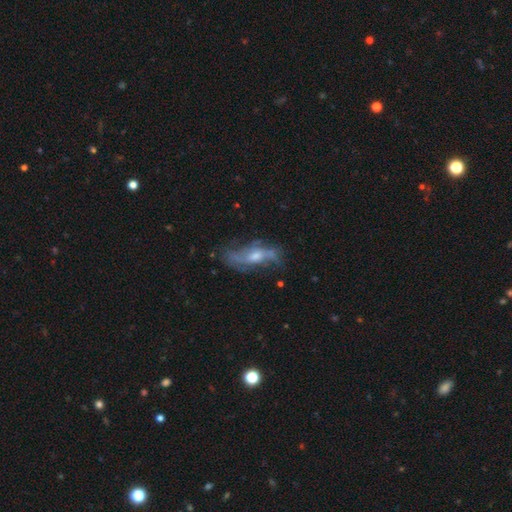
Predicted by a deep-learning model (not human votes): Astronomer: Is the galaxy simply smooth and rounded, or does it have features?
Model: featured or disk — 72%.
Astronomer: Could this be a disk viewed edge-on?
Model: no — 78%.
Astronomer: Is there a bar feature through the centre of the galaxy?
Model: no — 55% (runner-up: weak, 33%).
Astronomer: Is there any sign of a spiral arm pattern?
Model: yes — 79%.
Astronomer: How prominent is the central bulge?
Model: moderate — 56% (runner-up: small, 32%).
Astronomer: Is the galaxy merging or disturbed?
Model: none — 59%.